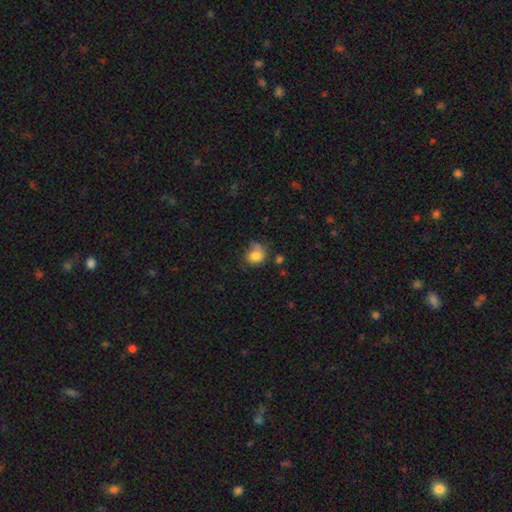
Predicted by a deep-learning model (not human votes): smooth_or_featured: smooth (p=0.75) [alt: featured or disk p=0.16]
how_rounded: round (p=0.67) [alt: in between p=0.32]
merging: none (p=0.45) [alt: minor disturbance p=0.30]